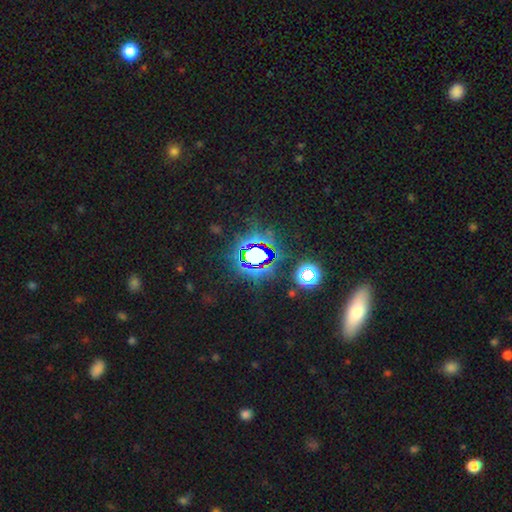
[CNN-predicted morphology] A star or artifact, not a galaxy (75%).

Vote fractions:
- Smooth or featured? star or artifact: 75% / smooth: 15% / featured or disk: 10%